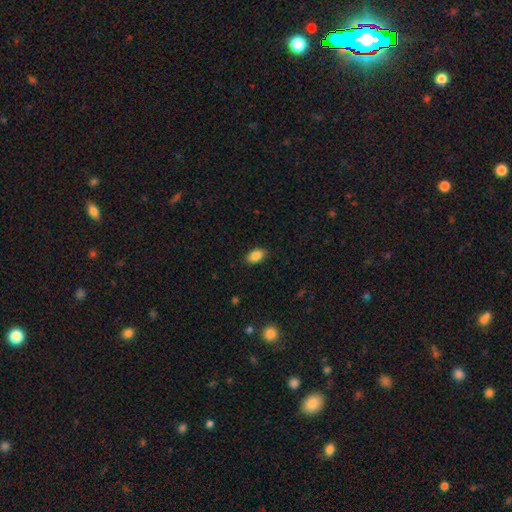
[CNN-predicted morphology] This appears to be a smooth galaxy with no disk features (87%) that is in between round and cigar-shaped (89%). Merging: none (88%).